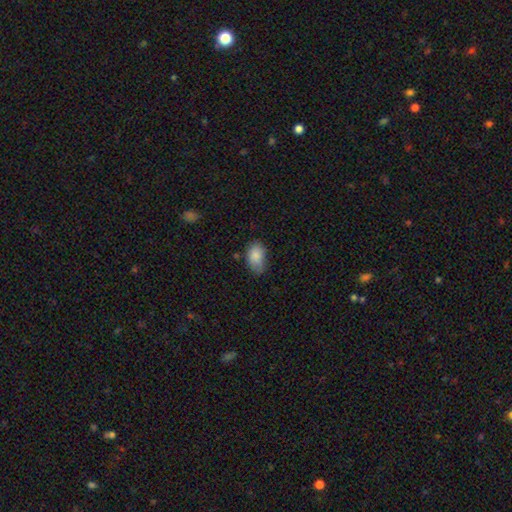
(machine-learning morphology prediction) type=smooth (85%); roundness=in between (90%); merging=none (58%).